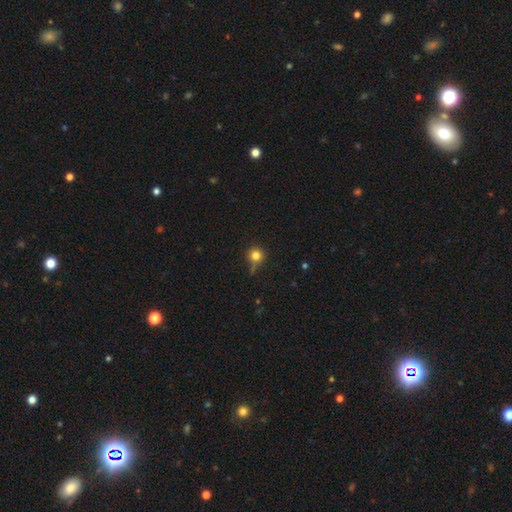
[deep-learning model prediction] Overall: smooth (80%). How rounded: round (93%). Merging: none (69%).